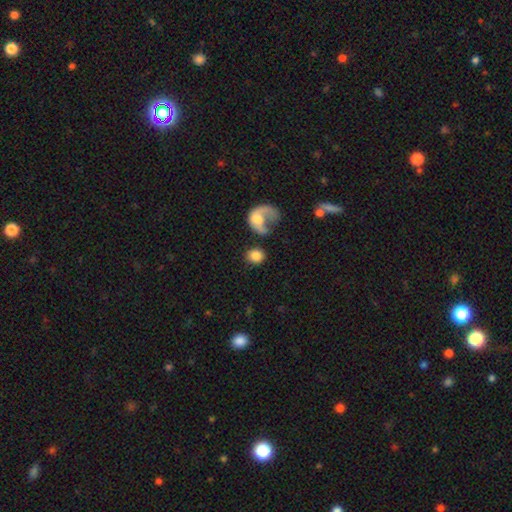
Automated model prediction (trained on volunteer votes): A smooth galaxy with no disk features (79%) that is round (75%). Merging: none (59%).